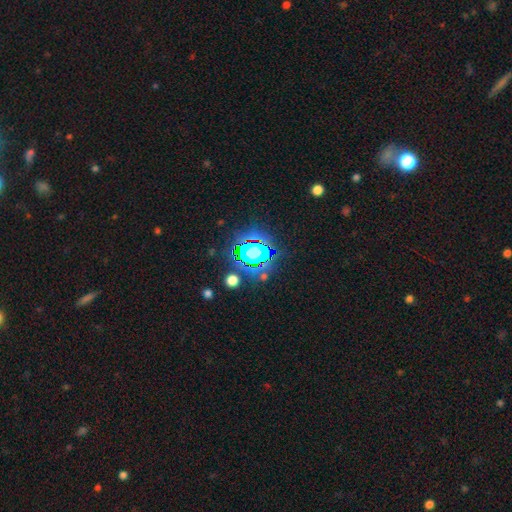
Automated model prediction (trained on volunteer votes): Morphology: type=star or artifact (80%).